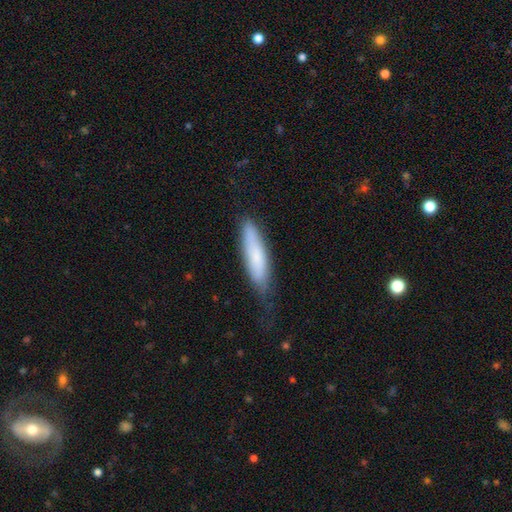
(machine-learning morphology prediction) smooth_or_featured: smooth (p=0.74) [alt: featured or disk p=0.20]
how_rounded: cigar-shaped (p=0.75) [alt: in between p=0.23]
merging: none (p=0.57) [alt: minor disturbance p=0.31]